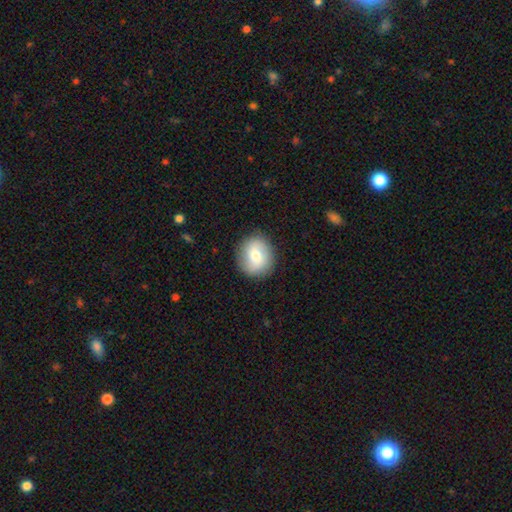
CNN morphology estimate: A smooth galaxy with no disk features (64%) that is round (80%).

Vote fractions:
- Smooth or featured? smooth: 64% / featured or disk: 28% / star or artifact: 8%
- How rounded? round: 80% / in between: 19% / cigar-shaped: 1%
- Merging? none: 88% / minor disturbance: 9% / major disturbance: 3% / merger: 1%